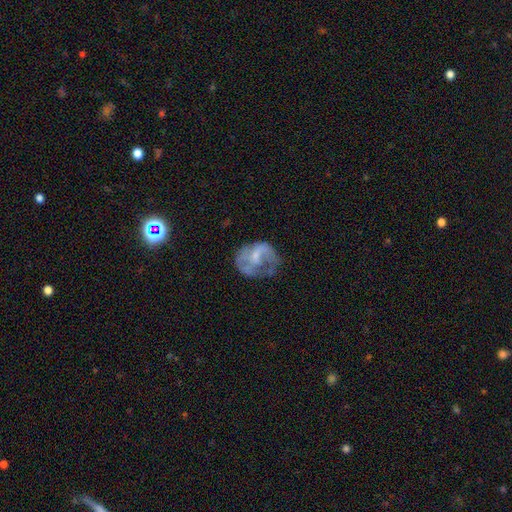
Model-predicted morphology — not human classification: smooth-or-featured: featured or disk: 56% | smooth: 35% | star or artifact: 9%
  disk-edge-on: no: 97% | yes: 3%
    bar: no: 57% | weak: 35% | strong: 8%
    has-spiral-arms: no: 52% | yes: 48%
    bulge-size: small: 38% | moderate: 29% | none: 28% | large: 4% | dominant: 1%
  merging: none: 39% | major disturbance: 32% | minor disturbance: 26% | merger: 3%